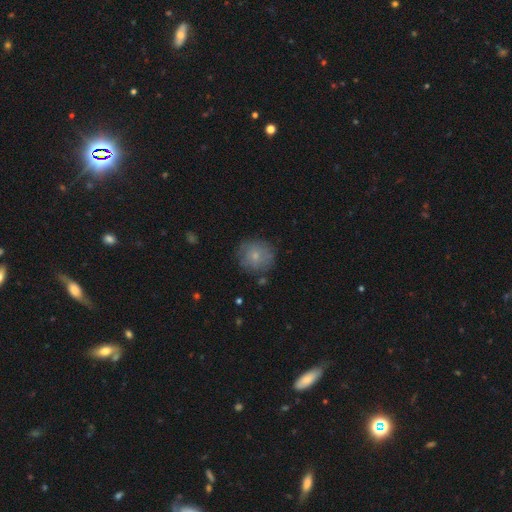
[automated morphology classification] smooth_or_featured: smooth (p=0.73) [alt: featured or disk p=0.19]
how_rounded: round (p=0.90) [alt: in between p=0.09]
merging: none (p=0.76) [alt: minor disturbance p=0.16]